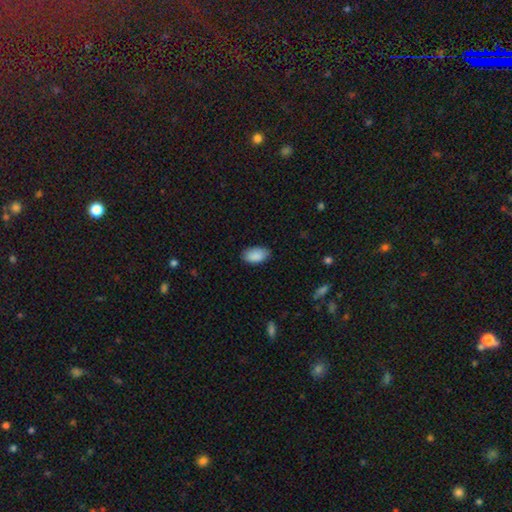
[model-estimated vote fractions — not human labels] Smooth or featured? Predicted: smooth (p=0.89). How rounded? Predicted: in between (p=0.95). Merging? Predicted: none (p=0.83).